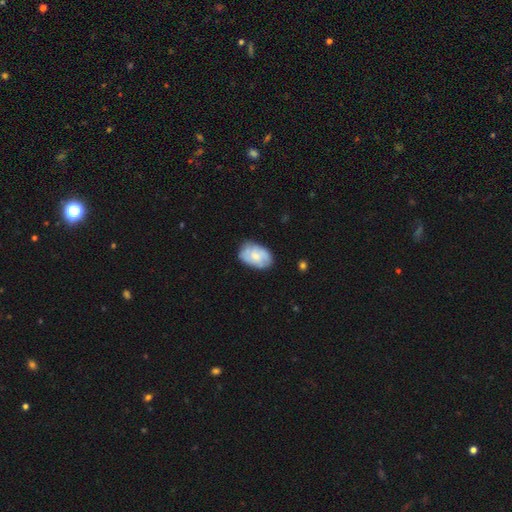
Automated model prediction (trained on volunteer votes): The model was most divided on "smooth or featured": smooth: 48%, featured or disk: 46%, star or artifact: 6%. More confident: merging — none (70%).